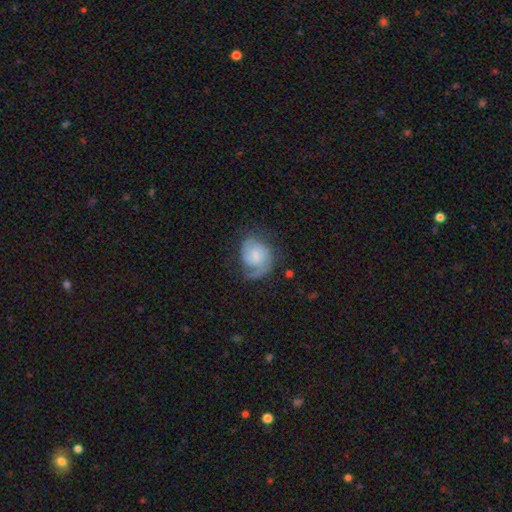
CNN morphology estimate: This appears to be a featured or disk galaxy (65%) with no bar (59%), 2 (47%) medium (42%) spiral arms (91%) and a small central bulge (49%). Merging: none (55%).